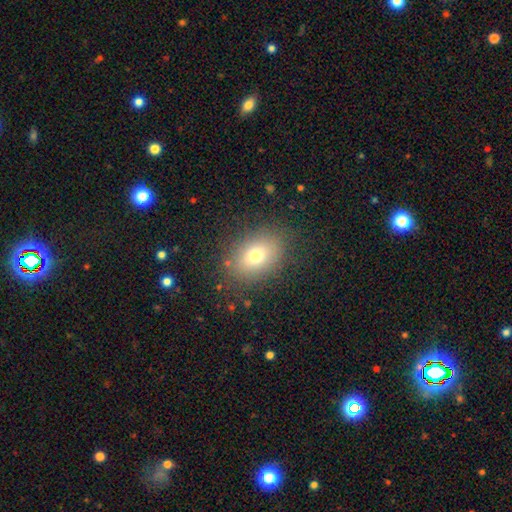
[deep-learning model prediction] Overall: smooth (74%). How rounded: in between (75%). Merging: none (84%).